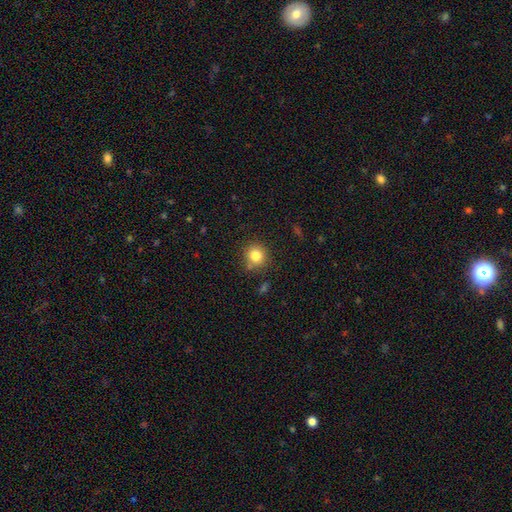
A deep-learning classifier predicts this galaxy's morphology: Smooth or featured? smooth (82%)
How rounded? round (90%)
Merging? none (82%)